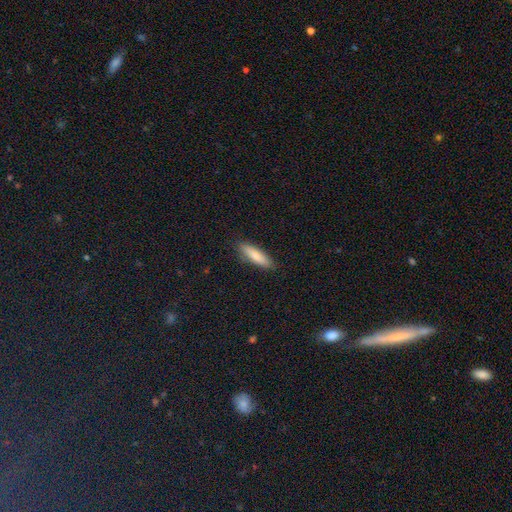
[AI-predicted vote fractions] smooth_or_featured: smooth (p=0.82) [alt: featured or disk p=0.13]
how_rounded: cigar-shaped (p=0.64) [alt: in between p=0.34]
merging: none (p=0.88) [alt: minor disturbance p=0.09]